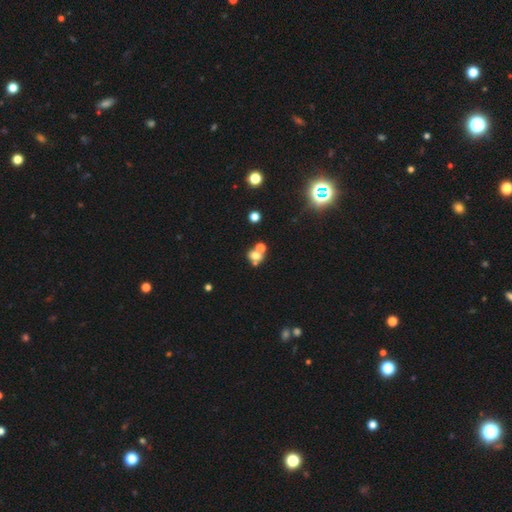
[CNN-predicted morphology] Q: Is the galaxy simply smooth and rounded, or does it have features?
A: smooth — 63%.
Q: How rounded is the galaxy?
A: round — 60%.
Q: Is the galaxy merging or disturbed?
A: merger — 51%.